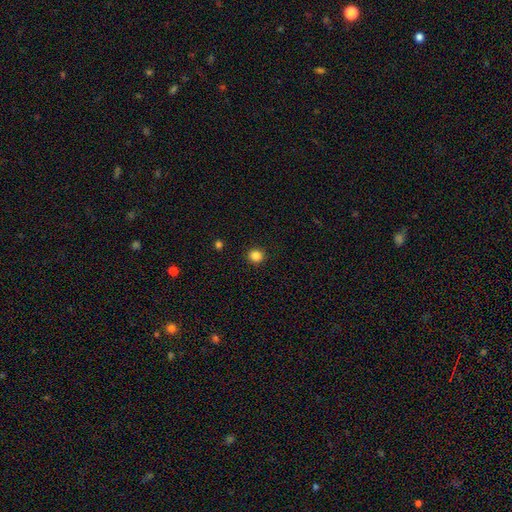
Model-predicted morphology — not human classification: Q: Smooth or featured?
A: smooth (85%); runner-up: star or artifact (12%)
Q: How rounded?
A: round (91%); runner-up: in between (8%)
Q: Merging?
A: none (92%); runner-up: minor disturbance (5%)